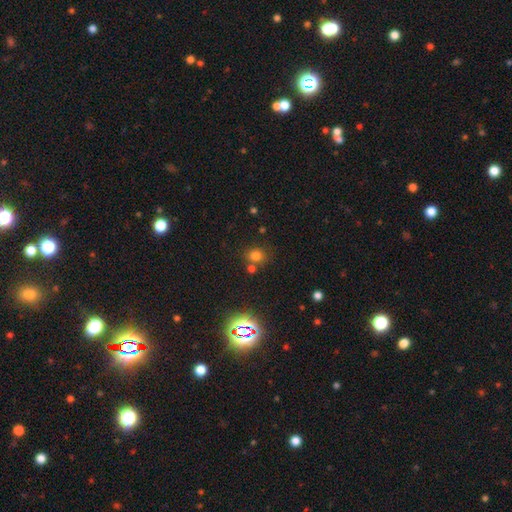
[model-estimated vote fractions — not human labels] Smooth or featured? Predicted: smooth (p=0.69). How rounded? Predicted: round (p=0.75). Merging? Predicted: none (p=0.68).